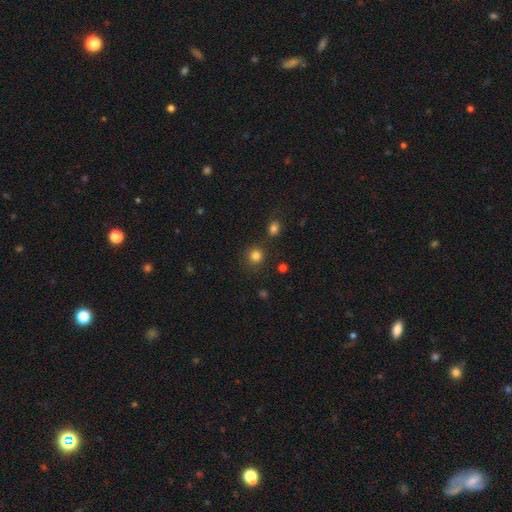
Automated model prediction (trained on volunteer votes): This is clearly a smooth galaxy (82%). How rounded: clearly round (90%). Merging: clearly none (82%).